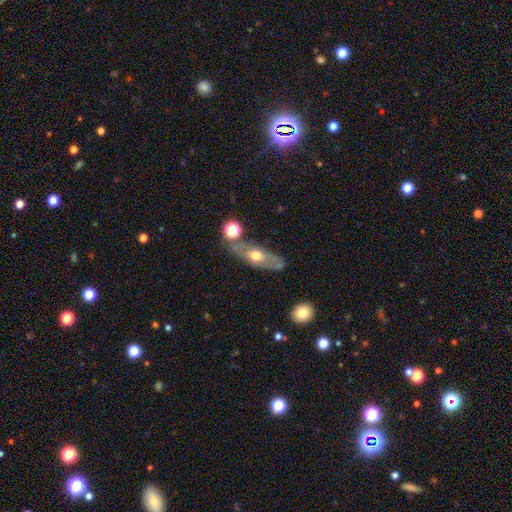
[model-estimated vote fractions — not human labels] featured or disk 56%, smooth 36%, star or artifact 8%. Down the decision tree: edge-on disk — no (63%); merging — none (67%).